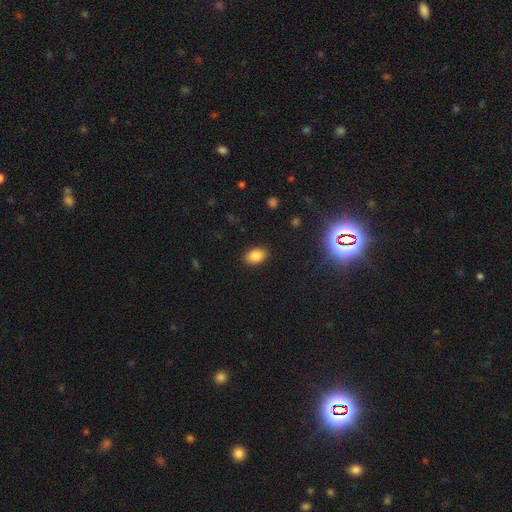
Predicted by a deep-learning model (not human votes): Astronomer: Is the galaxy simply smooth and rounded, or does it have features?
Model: smooth — 85%.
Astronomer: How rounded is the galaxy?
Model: in between — 86%.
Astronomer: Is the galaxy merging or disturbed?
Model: none — 88%.